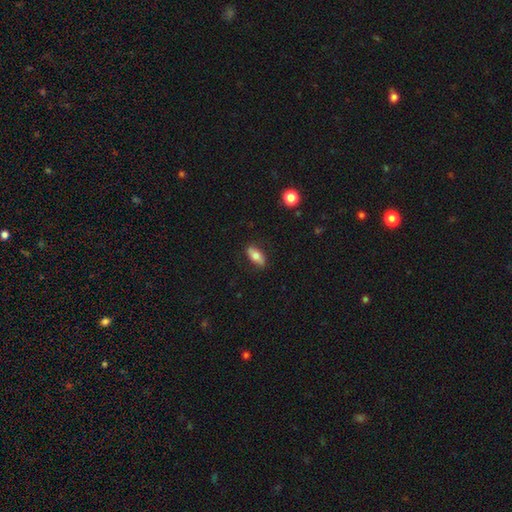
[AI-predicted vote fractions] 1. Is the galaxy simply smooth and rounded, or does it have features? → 70% smooth, 23% featured or disk, 7% star or artifact.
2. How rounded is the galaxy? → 77% in between, 19% cigar-shaped, 4% round.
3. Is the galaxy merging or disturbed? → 85% none, 12% minor disturbance, 2% major disturbance, 1% merger.